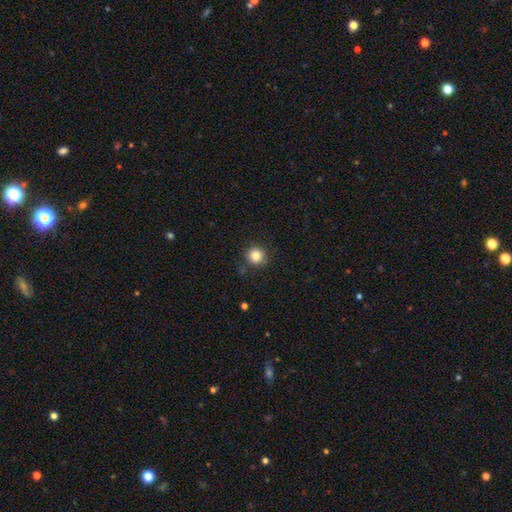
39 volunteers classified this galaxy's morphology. This appears to be a smooth galaxy with no disk features (90%) that is round (89%). Merging: none (87%).